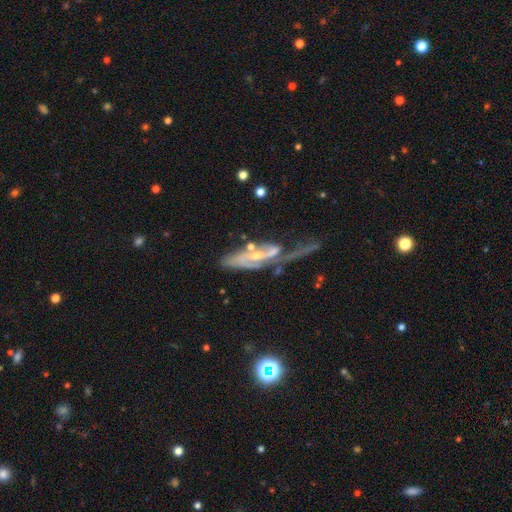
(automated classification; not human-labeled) Smooth or featured?
  - featured or disk: 78% *
  - smooth: 14%
  - star or artifact: 8%
Edge-on disk?
  - no: 81% *
  - yes: 19%
Bar?
  - no: 43% *
  - weak: 37%
  - strong: 20%
Spiral arms?
  - yes: 82% *
  - no: 18%
Spiral winding?
  - loose: 39% *
  - medium: 36%
  - tight: 25%
Spiral arm count?
  - 2: 50% *
  - 1: 22%
  - can't tell: 20%
  - 3: 4%
  - 4: 2%
  - more than 4: 2%
Bulge size?
  - small: 58% *
  - moderate: 31%
  - none: 8%
  - large: 2%
  - dominant: 1%
Merging?
  - major disturbance: 40% *
  - none: 23%
  - merger: 19%
  - minor disturbance: 18%